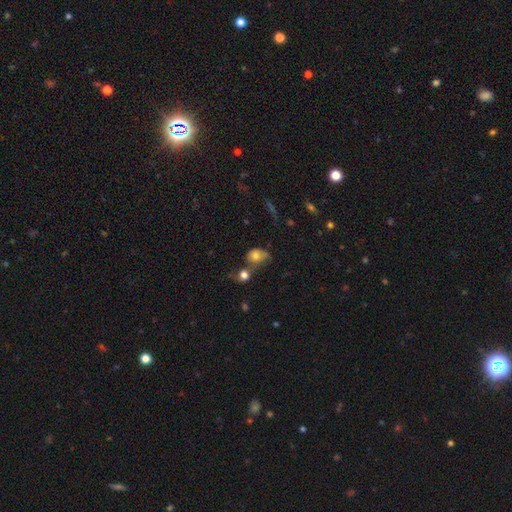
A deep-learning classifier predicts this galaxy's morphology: Smooth or featured? Predicted: smooth (p=0.74). How rounded? Predicted: in between (p=0.61). Merging? Predicted: merger (p=0.35).